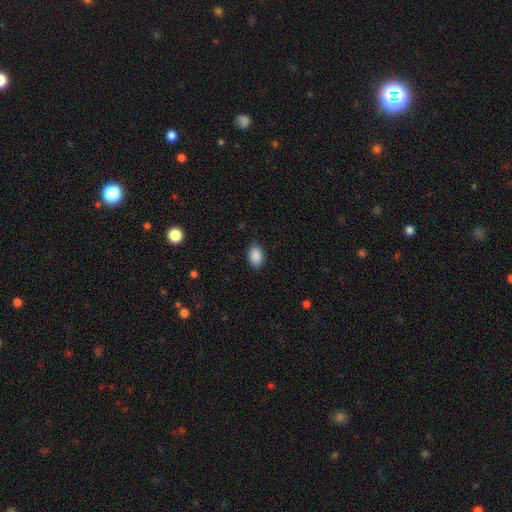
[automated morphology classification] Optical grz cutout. It shows a smooth galaxy with no disk features (89%) that is in between round and cigar-shaped (85%). Merging: none (86%).